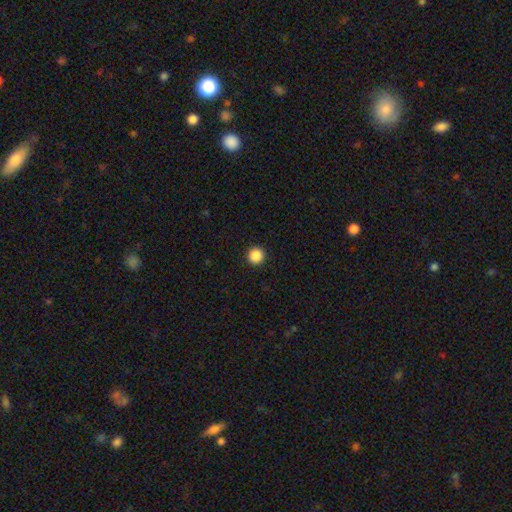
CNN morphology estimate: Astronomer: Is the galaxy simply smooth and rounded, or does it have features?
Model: smooth — 88%.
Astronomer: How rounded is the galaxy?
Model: round — 96%.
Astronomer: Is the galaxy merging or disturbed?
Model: none — 94%.